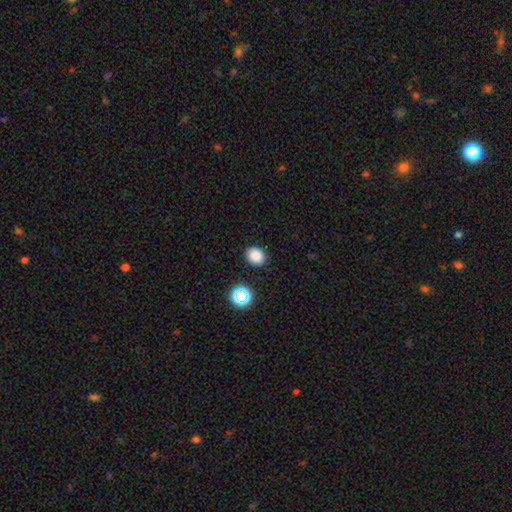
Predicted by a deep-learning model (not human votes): The model was most divided on "how rounded": round: 52%, in between: 47%, cigar-shaped: 1%. More confident: merging — none (87%); smooth or featured — smooth (83%).